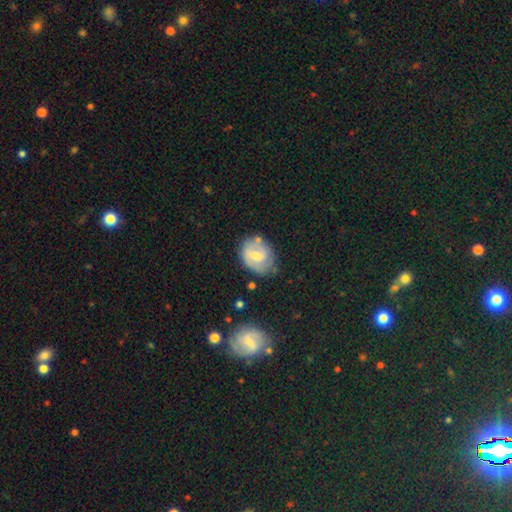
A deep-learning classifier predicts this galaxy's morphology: The model was most divided on "bulge size": moderate: 49%, small: 42%, none: 4%, large: 3%, dominant: 1%. More confident: edge-on disk — no (97%); spiral arms — yes (79%); merging — none (65%); smooth or featured — featured or disk (59%); bar — weak (57%).